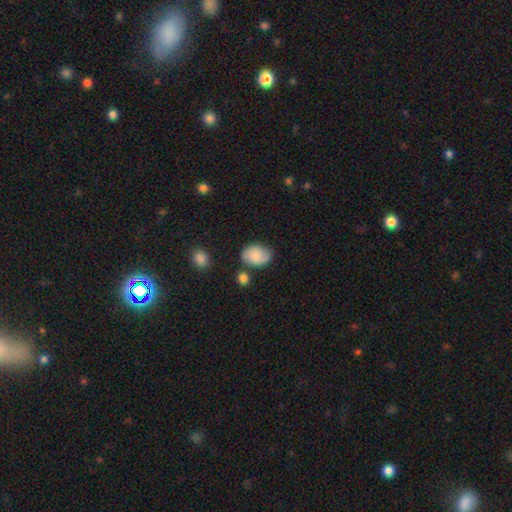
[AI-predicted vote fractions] Q: Smooth or featured?
A: smooth (73%); runner-up: featured or disk (19%)
Q: How rounded?
A: in between (71%); runner-up: round (28%)
Q: Merging?
A: none (64%); runner-up: minor disturbance (23%)